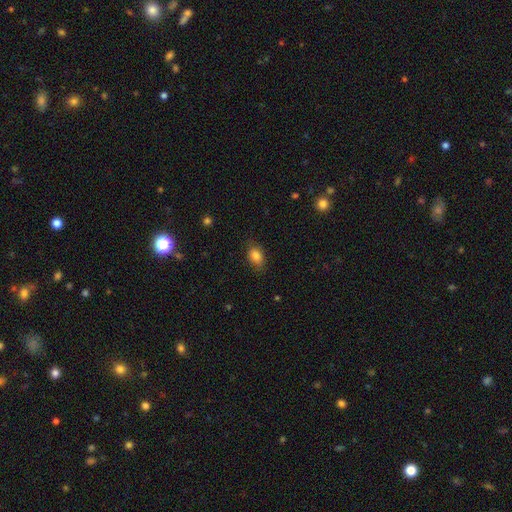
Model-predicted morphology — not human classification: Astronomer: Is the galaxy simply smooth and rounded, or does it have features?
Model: smooth — 83%.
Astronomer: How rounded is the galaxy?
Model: in between — 80%.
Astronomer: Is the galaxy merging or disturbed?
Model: none — 80%.